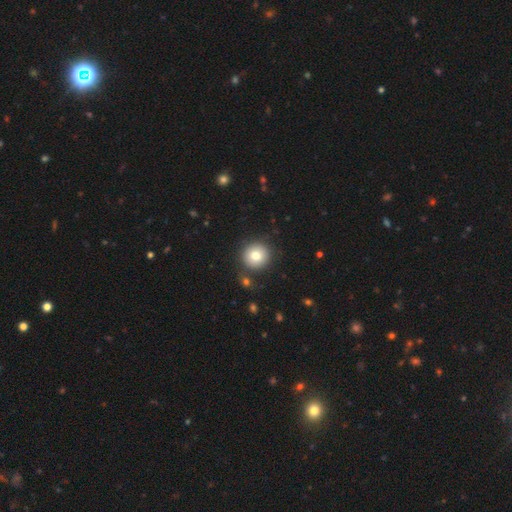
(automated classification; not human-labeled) Smooth or featured? smooth (79%)
How rounded? round (94%)
Merging? none (86%)